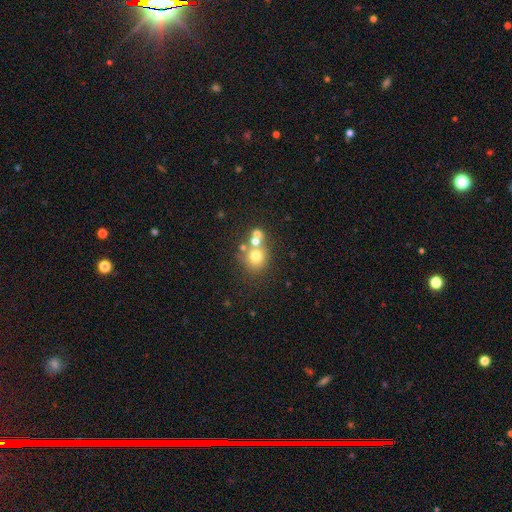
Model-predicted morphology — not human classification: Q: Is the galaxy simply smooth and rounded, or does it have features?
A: smooth — 67%.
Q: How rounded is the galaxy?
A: round — 81%.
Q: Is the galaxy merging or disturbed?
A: none — 49%.